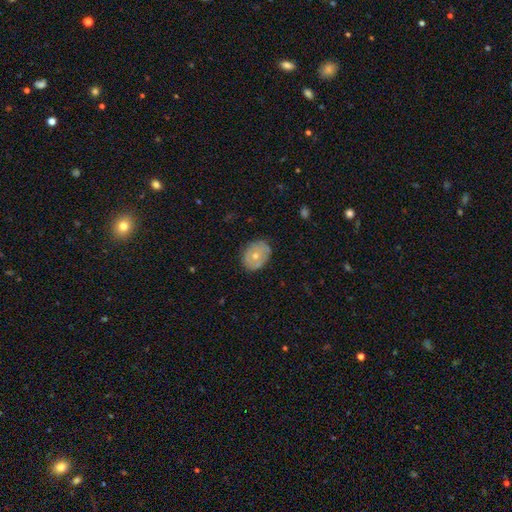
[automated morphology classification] A smooth galaxy with no disk features (53%) that is in between round and cigar-shaped (60%). Merging: none (78%).